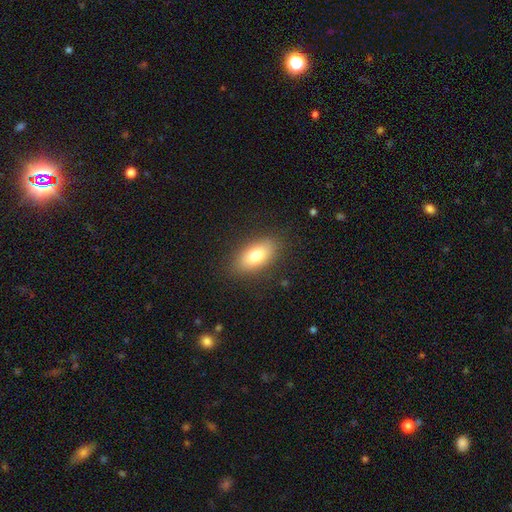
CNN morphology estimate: Smooth or featured?
  - smooth: 76% *
  - featured or disk: 16%
  - star or artifact: 8%
How rounded?
  - in between: 88% *
  - cigar-shaped: 6%
  - round: 6%
Merging?
  - none: 85% *
  - minor disturbance: 10%
  - major disturbance: 3%
  - merger: 1%